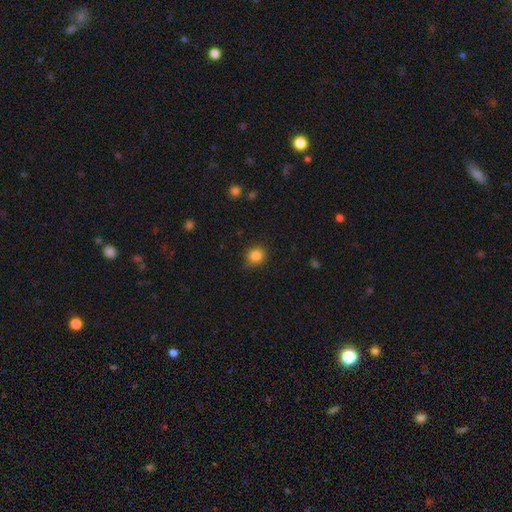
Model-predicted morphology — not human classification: Smooth or featured? smooth (85%)
How rounded? round (76%)
Merging? none (79%)